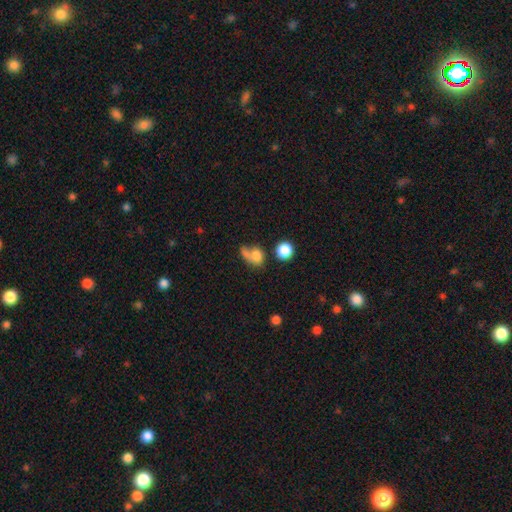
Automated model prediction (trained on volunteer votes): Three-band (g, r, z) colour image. It shows a smooth galaxy with no disk features (75%) that is round (53%). Merging: merger (39%).